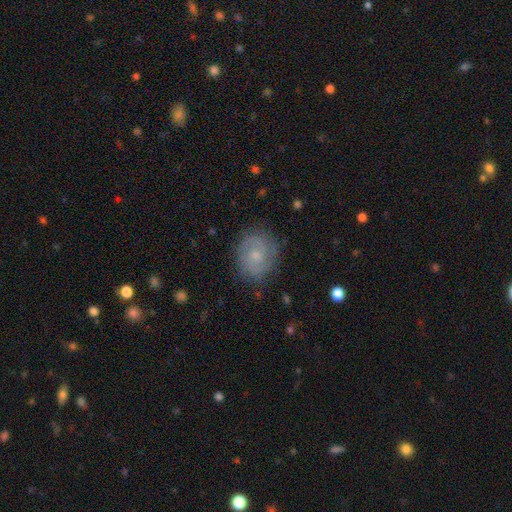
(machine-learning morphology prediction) The model was most divided on "spiral winding": tight: 53%, medium: 37%, loose: 10%. More confident: edge-on disk — no (98%); spiral arms — yes (93%); merging — none (82%); spiral arm count — 2 (76%); smooth or featured — featured or disk (70%); bar — no (63%); bulge size — small (56%).